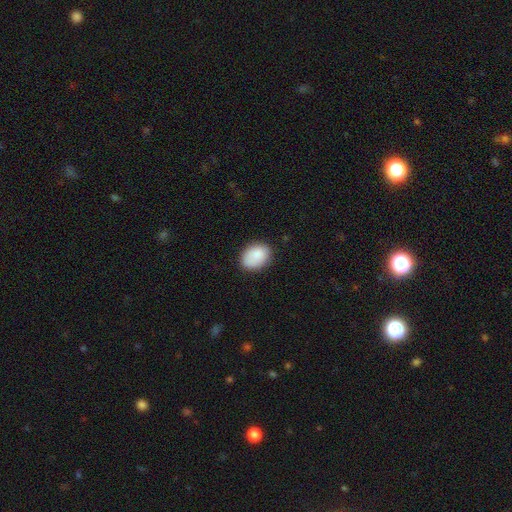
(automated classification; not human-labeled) The model was most divided on "how rounded": in between: 72%, round: 27%, cigar-shaped: 1%. More confident: smooth or featured — smooth (87%); merging — none (80%).